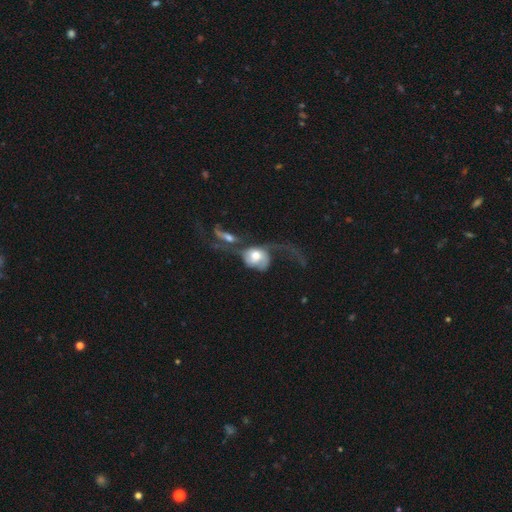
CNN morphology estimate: smooth_or_featured: featured or disk (p=0.53) [alt: smooth p=0.39]
disk_edge_on: no (p=0.94) [alt: yes p=0.06]
bar: no (p=0.74) [alt: weak p=0.21]
has_spiral_arms: yes (p=0.68) [alt: no p=0.32]
bulge_size: moderate (p=0.57) [alt: large p=0.25]
merging: merger (p=0.56) [alt: major disturbance p=0.29]